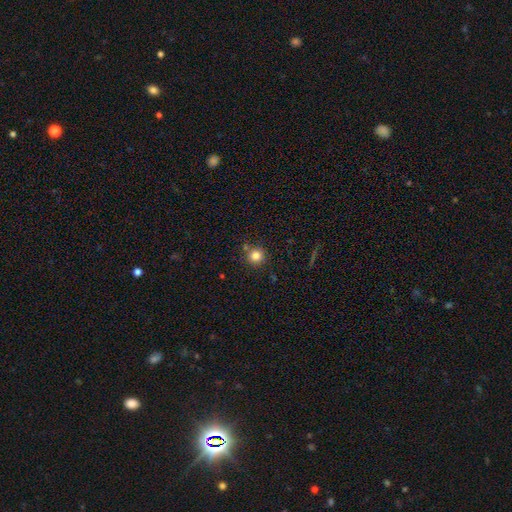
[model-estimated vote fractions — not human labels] Smooth or featured? smooth (82%)
How rounded? round (93%)
Merging? none (79%)